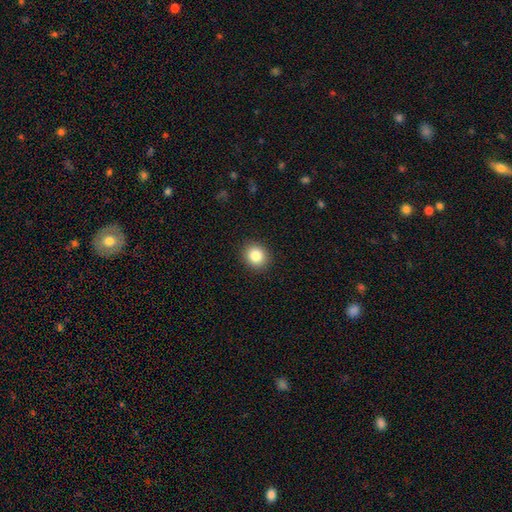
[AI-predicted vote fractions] A smooth galaxy with no disk features (85%) that is round (79%). Merging: none (91%).